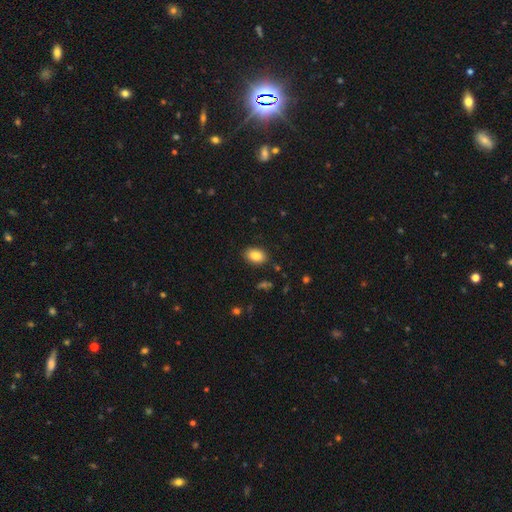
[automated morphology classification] Q: Smooth or featured?
A: smooth (87%); runner-up: star or artifact (8%)
Q: How rounded?
A: in between (88%); runner-up: round (11%)
Q: Merging?
A: none (88%); runner-up: minor disturbance (9%)